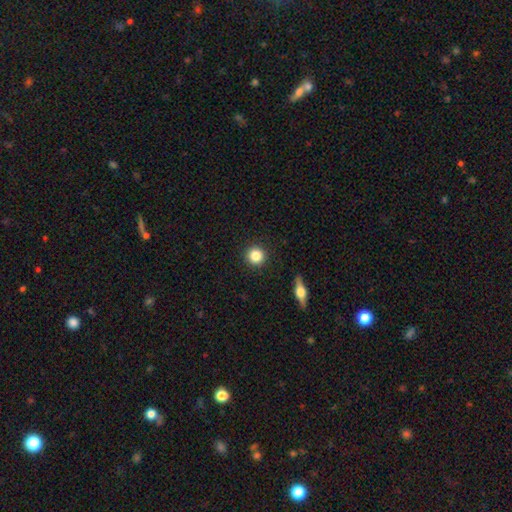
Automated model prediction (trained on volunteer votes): Smooth or featured: smooth — 83% (star or artifact — 10%)
How rounded: round — 95% (in between — 4%)
Merging: none — 92% (minor disturbance — 5%)